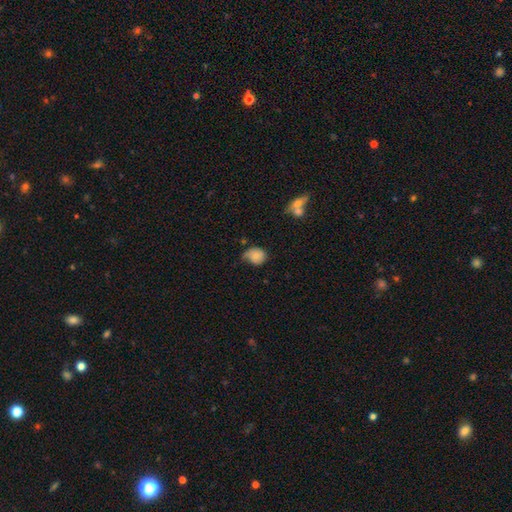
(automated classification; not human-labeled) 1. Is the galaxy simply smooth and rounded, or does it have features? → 72% smooth, 20% featured or disk, 8% star or artifact.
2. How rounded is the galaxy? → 55% round, 44% in between, 1% cigar-shaped.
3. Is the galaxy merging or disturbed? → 44% minor disturbance, 37% none, 16% major disturbance, 3% merger.